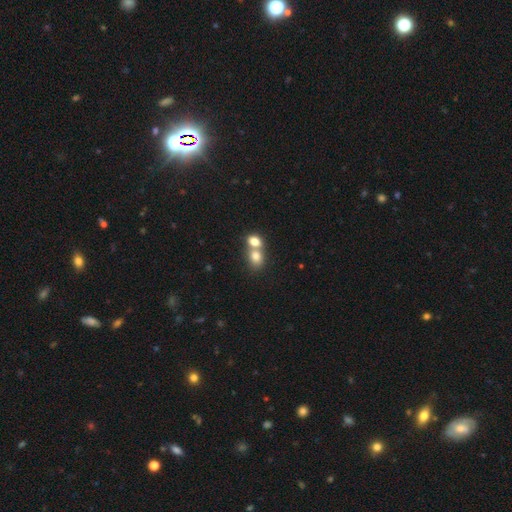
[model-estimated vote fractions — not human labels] Smooth or featured: smooth — 77% (featured or disk — 13%)
How rounded: round — 51% (in between — 48%)
Merging: merger — 67% (none — 26%)